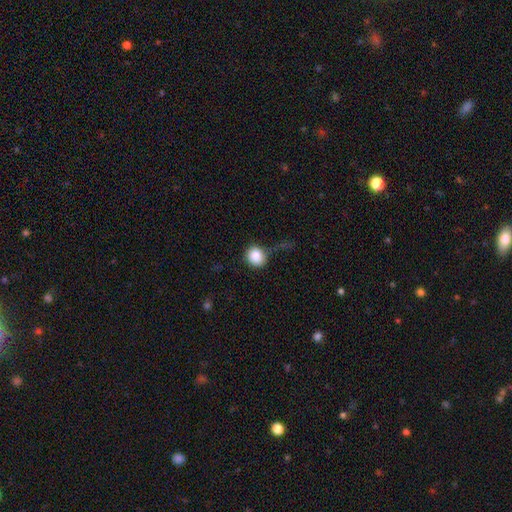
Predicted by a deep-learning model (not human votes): This appears to be a smooth galaxy with no disk features (85%) that is round (85%). Merging: none (56%).